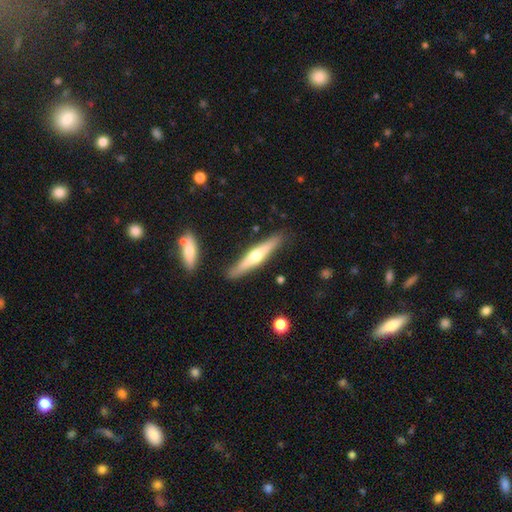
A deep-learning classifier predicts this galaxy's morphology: Smooth or featured: featured or disk — 58% (smooth — 37%)
Edge-on disk: yes — 95% (no — 5%)
Edge-on bulge: rounded — 90% (none — 6%)
Merging: none — 86% (minor disturbance — 10%)